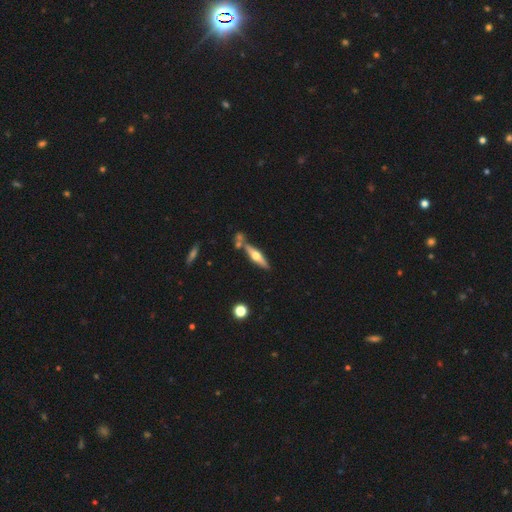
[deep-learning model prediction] smooth-or-featured: featured or disk: 62% | smooth: 32% | star or artifact: 6%
  disk-edge-on: yes: 93% | no: 7%
    edge-on-bulge: rounded: 94% | boxy: 3% | none: 3%
  merging: none: 70% | merger: 15% | minor disturbance: 12% | major disturbance: 3%